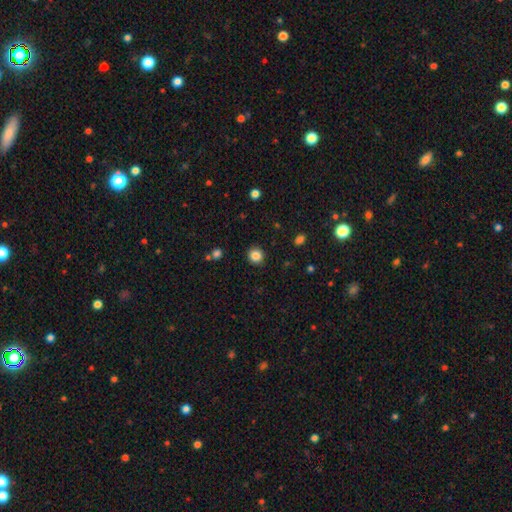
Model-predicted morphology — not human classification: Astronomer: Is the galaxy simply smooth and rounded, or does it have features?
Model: smooth — 84%.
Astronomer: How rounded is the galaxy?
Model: round — 91%.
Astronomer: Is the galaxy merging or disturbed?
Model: none — 91%.